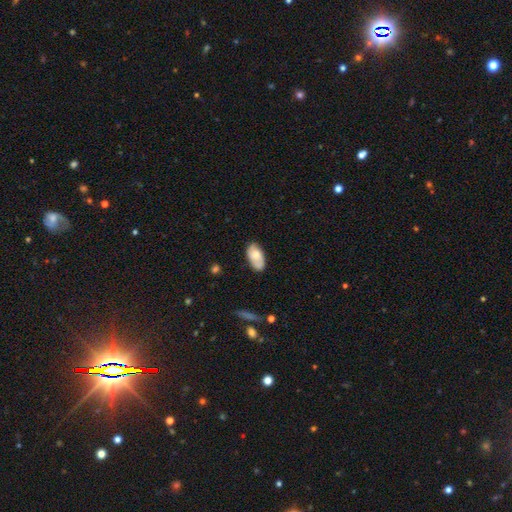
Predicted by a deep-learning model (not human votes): Overall: smooth (67%; featured or disk 27%). How rounded: in between (94%). Merging: none (73%).